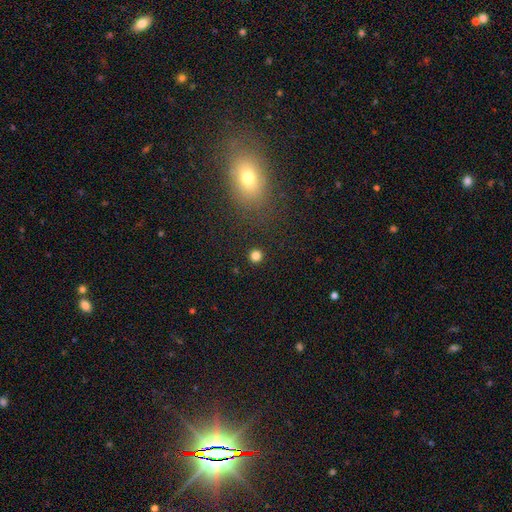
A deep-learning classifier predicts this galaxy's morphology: The model was most divided on "smooth or featured": smooth: 81%, star or artifact: 14%, featured or disk: 4%. More confident: how rounded — round (95%); merging — none (92%).